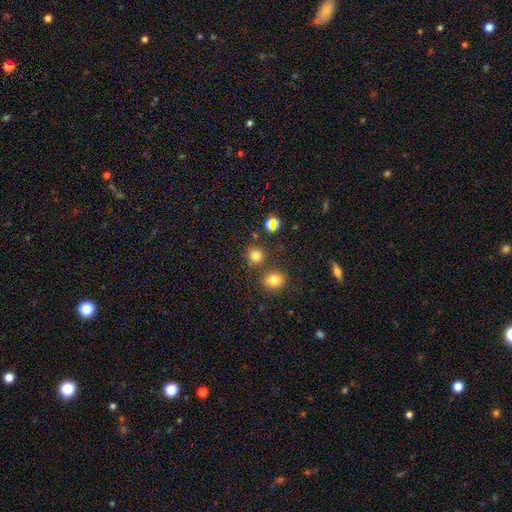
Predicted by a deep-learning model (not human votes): A smooth galaxy with no disk features (74%) that is round (86%).

Vote fractions:
- Smooth or featured? smooth: 74% / star or artifact: 19% / featured or disk: 7%
- How rounded? round: 86% / in between: 13% / cigar-shaped: 1%
- Merging? none: 73% / merger: 14% / minor disturbance: 9% / major disturbance: 4%